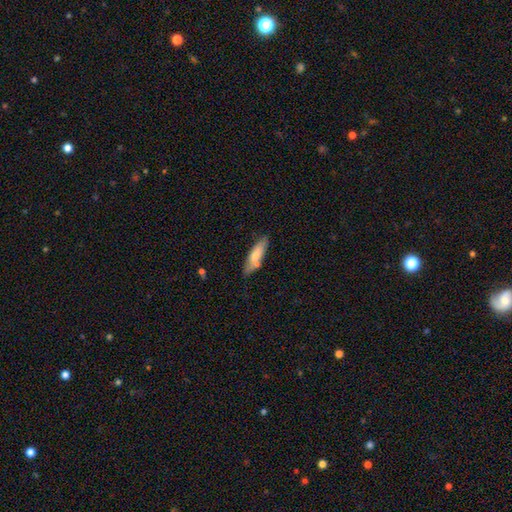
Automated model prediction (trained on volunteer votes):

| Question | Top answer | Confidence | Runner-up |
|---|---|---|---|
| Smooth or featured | smooth | 71% | featured or disk (23%) |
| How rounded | cigar-shaped | 61% | in between (37%) |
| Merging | none | 69% | minor disturbance (17%) |